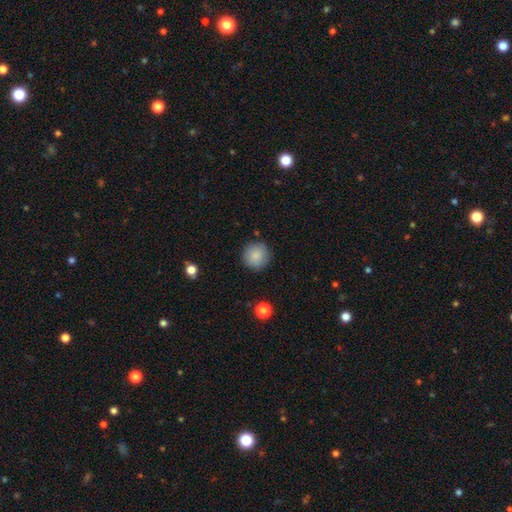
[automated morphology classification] Smooth or featured? smooth (86%)
How rounded? round (93%)
Merging? none (87%)